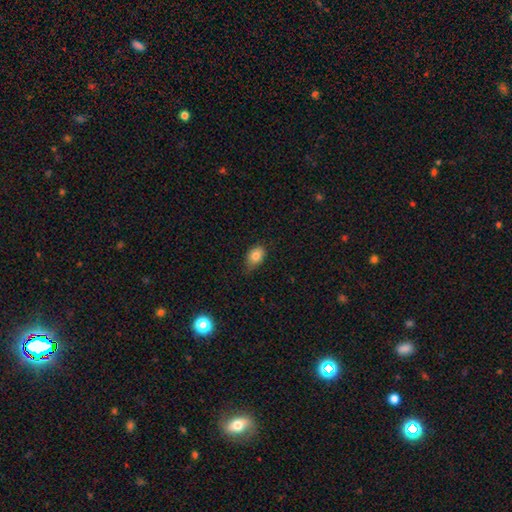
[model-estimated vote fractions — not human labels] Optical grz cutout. It shows a smooth galaxy with no disk features (81%) that is in between round and cigar-shaped (76%). Merging: none (62%).